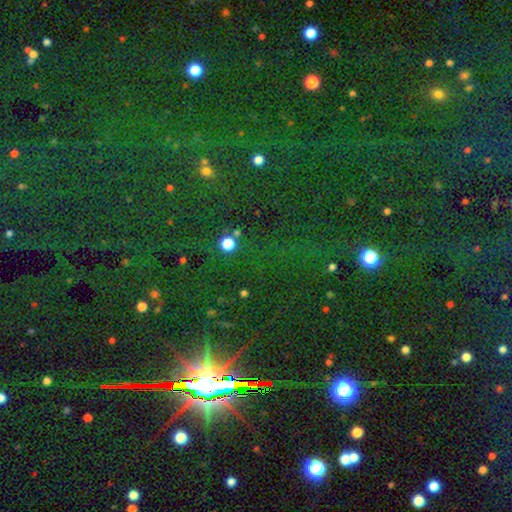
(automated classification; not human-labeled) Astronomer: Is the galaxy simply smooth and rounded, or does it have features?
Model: star or artifact — 82%.